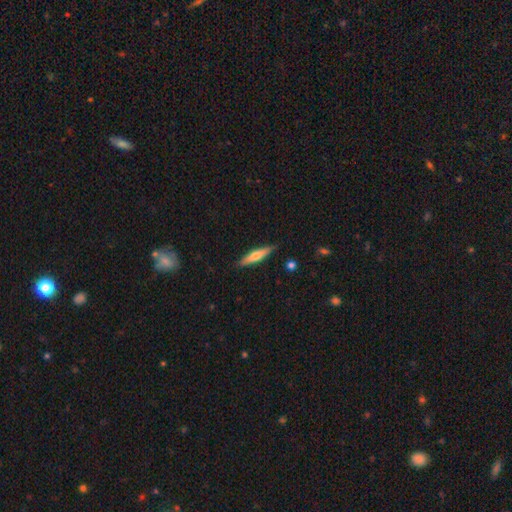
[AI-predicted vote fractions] Smooth or featured? Predicted: smooth (p=0.49). Merging? Predicted: none (p=0.87).